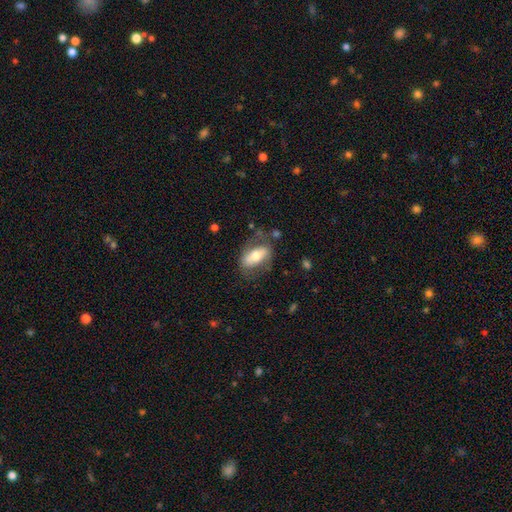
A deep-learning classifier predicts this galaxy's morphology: Smooth or featured? smooth (55%)
How rounded? in between (85%)
Merging? none (64%)